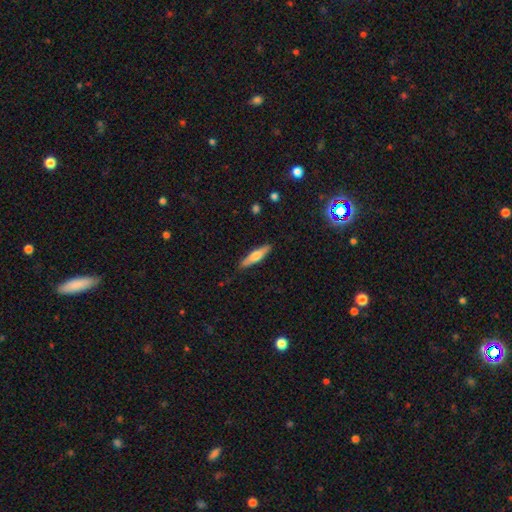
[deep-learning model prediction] A smooth galaxy with no disk features (52%) that is cigar-shaped (80%).

Vote fractions:
- Smooth or featured? smooth: 52% / featured or disk: 42% / star or artifact: 6%
- How rounded? cigar-shaped: 80% / in between: 19% / round: 2%
- Merging? none: 89% / minor disturbance: 8% / major disturbance: 2% / merger: 1%